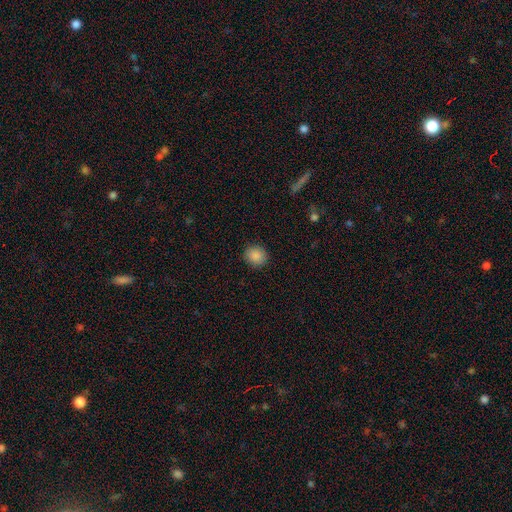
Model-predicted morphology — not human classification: Smooth or featured: smooth — 87% (star or artifact — 9%)
How rounded: round — 83% (in between — 16%)
Merging: none — 91% (minor disturbance — 6%)